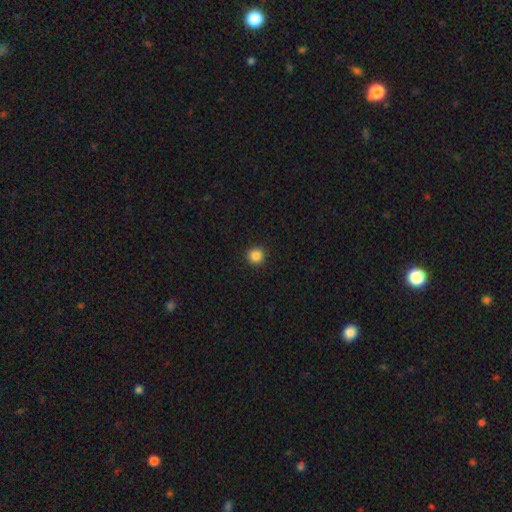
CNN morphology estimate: smooth 86%, star or artifact 11%, featured or disk 3%. Down the decision tree: how rounded — round (95%); merging — none (93%).